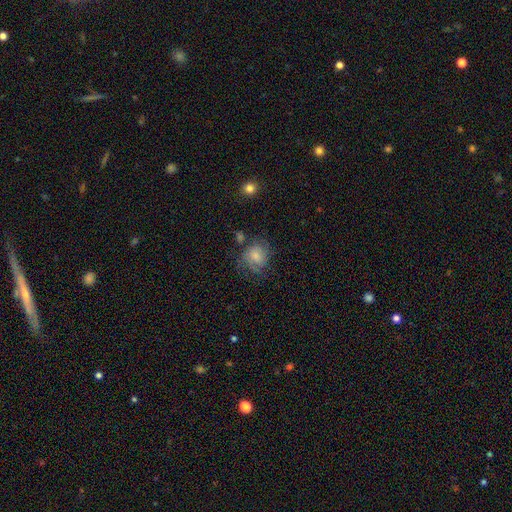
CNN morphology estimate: Smooth or featured?
  - smooth: 56% *
  - featured or disk: 35%
  - star or artifact: 10%
How rounded?
  - round: 68% *
  - in between: 31%
  - cigar-shaped: 1%
Merging?
  - none: 53% *
  - minor disturbance: 25%
  - major disturbance: 17%
  - merger: 5%